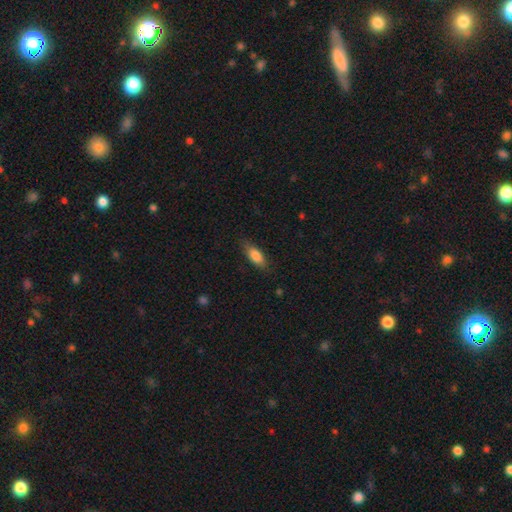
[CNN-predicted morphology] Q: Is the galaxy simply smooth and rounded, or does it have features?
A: smooth — 81%.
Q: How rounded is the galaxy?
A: in between — 74%.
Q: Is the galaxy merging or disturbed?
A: none — 79%.